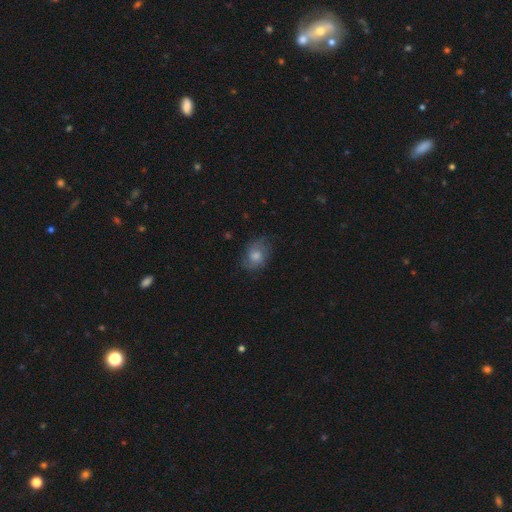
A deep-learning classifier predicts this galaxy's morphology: smooth_or_featured: smooth (p=0.50) [alt: featured or disk p=0.36]
how_rounded: in between (p=0.51) [alt: round p=0.48]
merging: none (p=0.70) [alt: minor disturbance p=0.20]